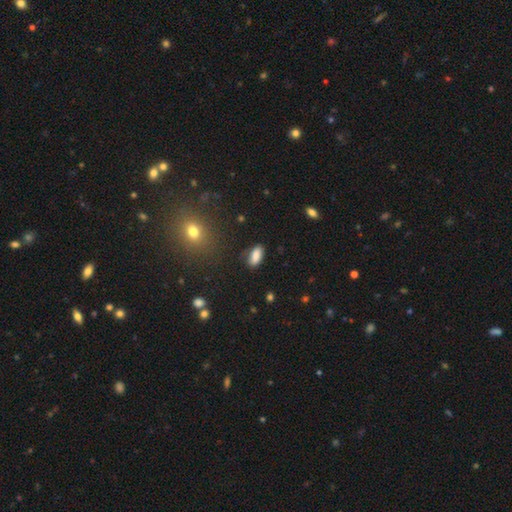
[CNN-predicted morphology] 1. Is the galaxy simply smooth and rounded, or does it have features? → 85% smooth, 8% star or artifact, 7% featured or disk.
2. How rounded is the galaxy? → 85% in between, 12% cigar-shaped, 3% round.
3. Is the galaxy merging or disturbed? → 82% none, 13% minor disturbance, 3% major disturbance, 2% merger.